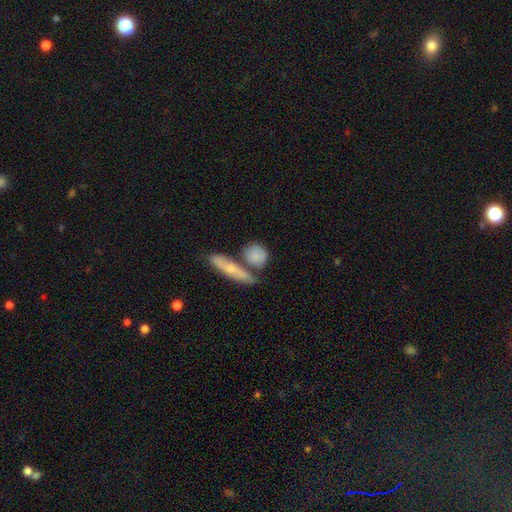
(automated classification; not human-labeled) A smooth galaxy with no disk features (78%) that is round (62%).

Vote fractions:
- Smooth or featured? smooth: 78% / featured or disk: 16% / star or artifact: 6%
- How rounded? round: 62% / in between: 27% / cigar-shaped: 11%
- Merging? none: 55% / merger: 26% / minor disturbance: 14% / major disturbance: 5%